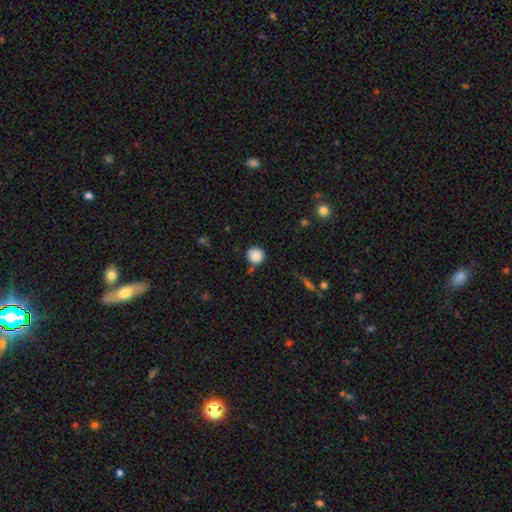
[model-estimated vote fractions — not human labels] Smooth or featured?
  - smooth: 87% *
  - star or artifact: 9%
  - featured or disk: 4%
How rounded?
  - round: 92% *
  - in between: 7%
  - cigar-shaped: 1%
Merging?
  - none: 76% *
  - minor disturbance: 14%
  - merger: 6%
  - major disturbance: 4%